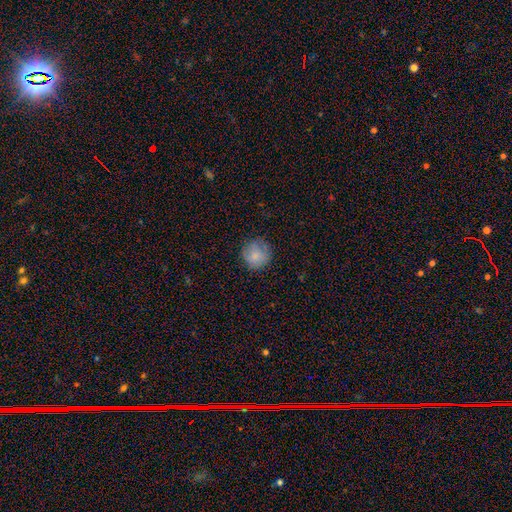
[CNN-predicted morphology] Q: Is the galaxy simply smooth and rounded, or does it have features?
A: smooth — 83%.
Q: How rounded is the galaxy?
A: round — 93%.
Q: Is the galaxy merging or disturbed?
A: none — 80%.